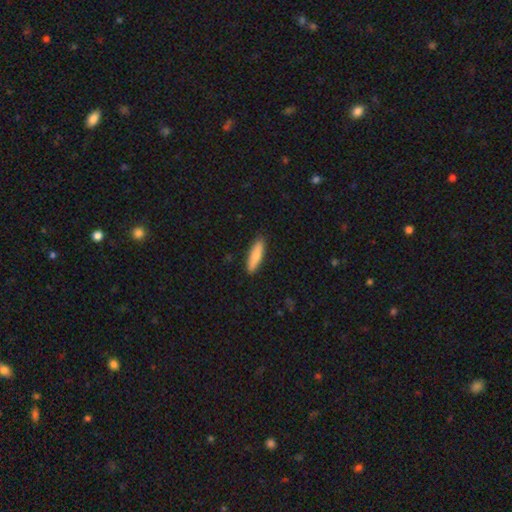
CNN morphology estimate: A smooth galaxy with no disk features (80%) that is cigar-shaped (71%).

Vote fractions:
- Smooth or featured? smooth: 80% / featured or disk: 14% / star or artifact: 5%
- How rounded? cigar-shaped: 71% / in between: 28% / round: 2%
- Merging? none: 89% / minor disturbance: 9% / major disturbance: 2% / merger: 1%